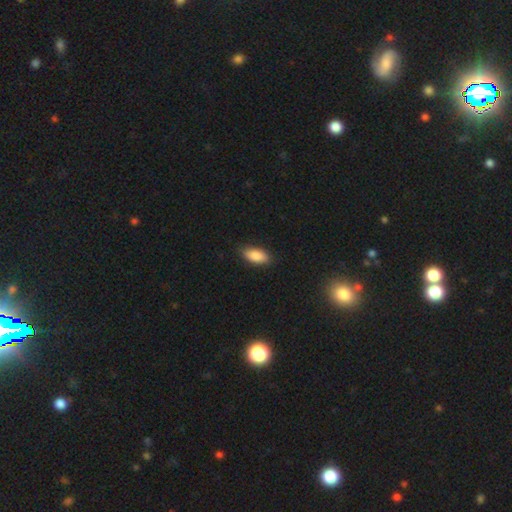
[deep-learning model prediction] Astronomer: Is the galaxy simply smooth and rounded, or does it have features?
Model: smooth — 87%.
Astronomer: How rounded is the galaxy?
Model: in between — 89%.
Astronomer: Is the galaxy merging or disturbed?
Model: none — 85%.